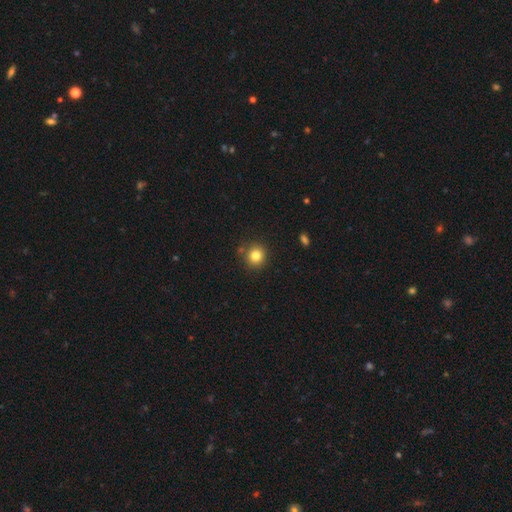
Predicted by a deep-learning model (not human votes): Morphology: type=smooth (82%); roundness=round (91%); merging=none (85%).